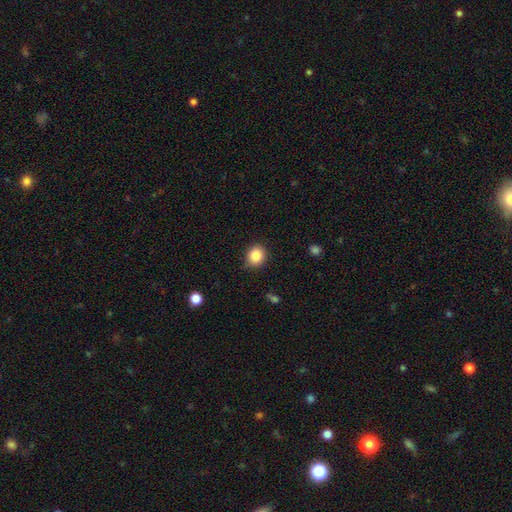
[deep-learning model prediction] Q: Smooth or featured?
A: smooth (84%); runner-up: star or artifact (10%)
Q: How rounded?
A: round (78%); runner-up: in between (21%)
Q: Merging?
A: none (81%); runner-up: minor disturbance (15%)